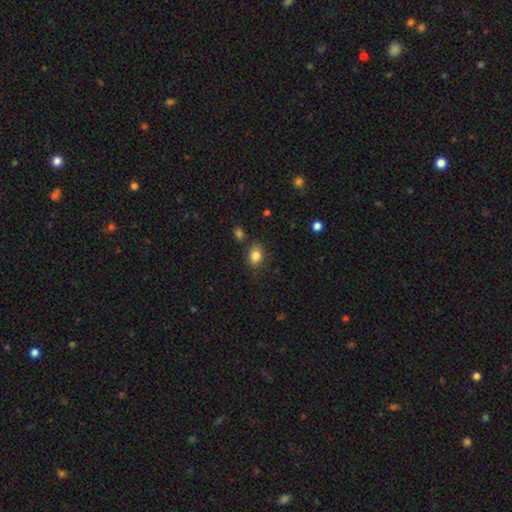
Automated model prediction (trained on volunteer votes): smooth_or_featured: smooth (p=0.84) [alt: star or artifact p=0.10]
how_rounded: in between (p=0.56) [alt: round p=0.43]
merging: none (p=0.75) [alt: minor disturbance p=0.15]